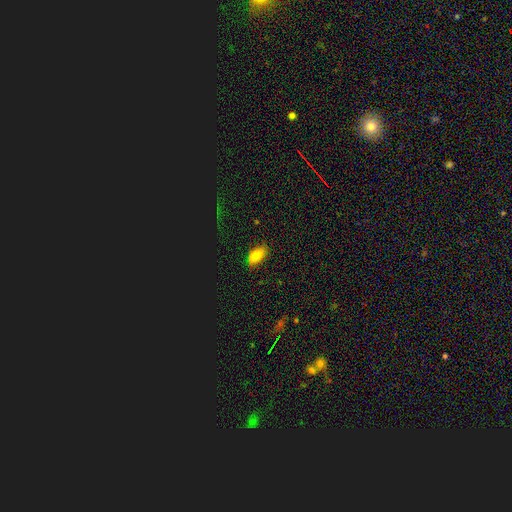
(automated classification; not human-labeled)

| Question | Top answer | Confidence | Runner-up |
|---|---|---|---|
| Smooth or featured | smooth | 76% | star or artifact (13%) |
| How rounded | in between | 91% | round (5%) |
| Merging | none | 79% | minor disturbance (17%) |